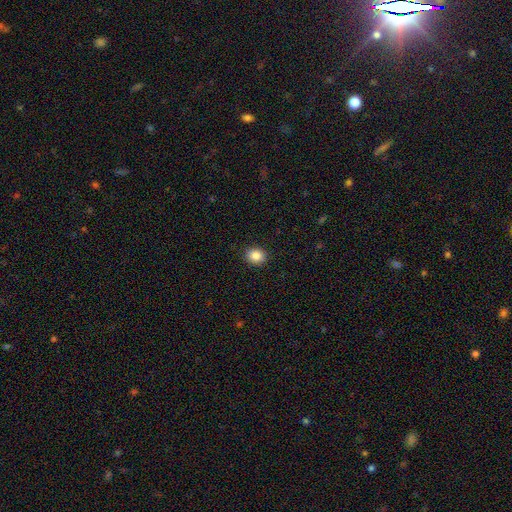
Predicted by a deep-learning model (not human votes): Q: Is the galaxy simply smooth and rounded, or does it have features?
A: smooth — 87%.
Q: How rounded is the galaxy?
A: round — 61%.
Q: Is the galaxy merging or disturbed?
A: none — 91%.